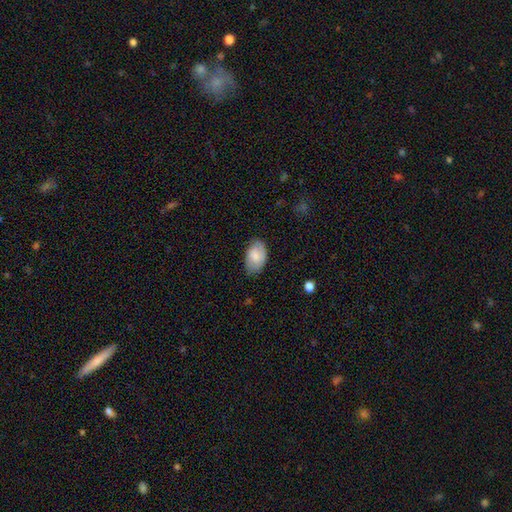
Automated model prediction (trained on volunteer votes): Smooth or featured? smooth (75%)
How rounded? in between (92%)
Merging? none (72%)